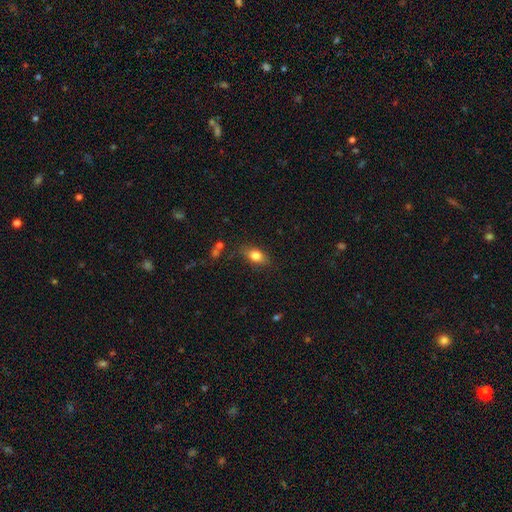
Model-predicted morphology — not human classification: Smooth or featured? Predicted: smooth (p=0.80). How rounded? Predicted: in between (p=0.82). Merging? Predicted: none (p=0.79).